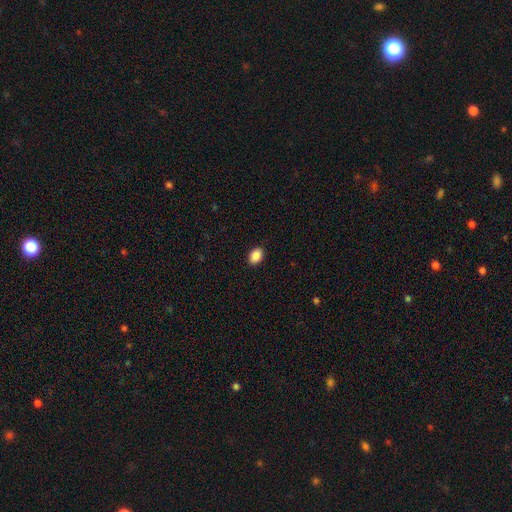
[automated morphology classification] smooth-or-featured: smooth: 89% | star or artifact: 8% | featured or disk: 3%
  how-rounded: in between: 81% | round: 18% | cigar-shaped: 1%
  merging: none: 90% | minor disturbance: 7% | major disturbance: 2% | merger: 1%